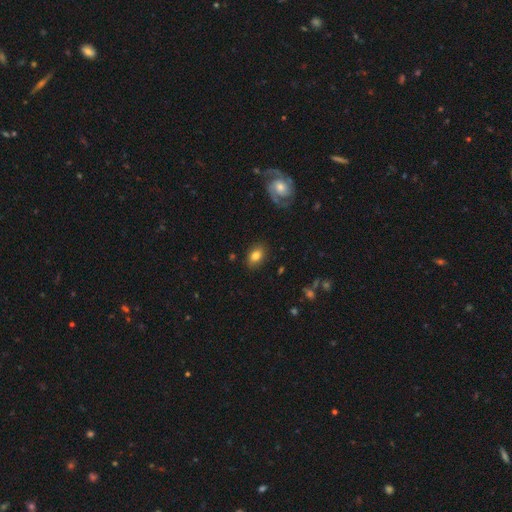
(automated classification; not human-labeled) Smooth or featured? smooth (79%)
How rounded? in between (78%)
Merging? none (86%)